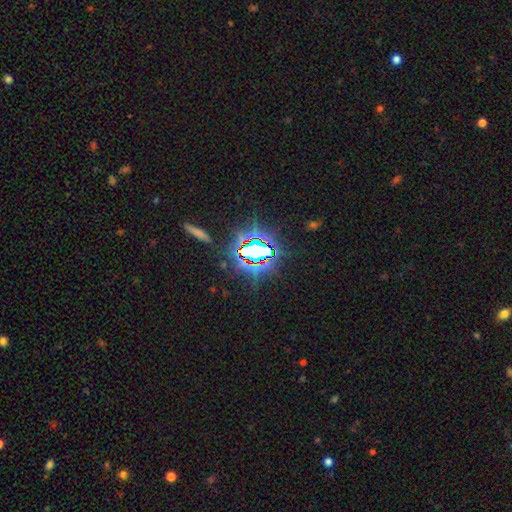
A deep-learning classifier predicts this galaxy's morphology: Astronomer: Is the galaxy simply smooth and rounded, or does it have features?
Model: star or artifact — 80%.